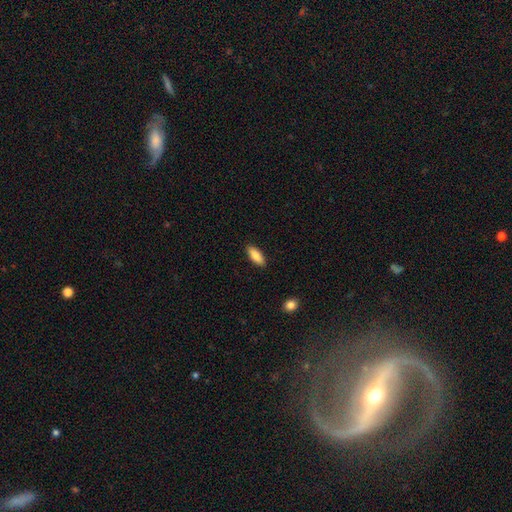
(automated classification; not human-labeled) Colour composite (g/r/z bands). It shows a smooth galaxy with no disk features (86%) that is in between round and cigar-shaped (76%). Merging: none (89%).